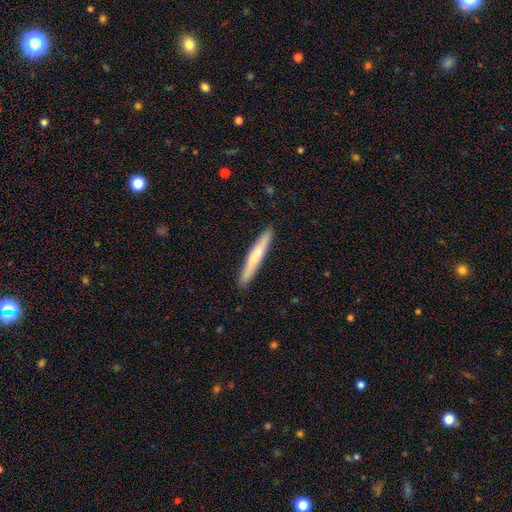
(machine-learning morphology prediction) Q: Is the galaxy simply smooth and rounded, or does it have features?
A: smooth — 63%.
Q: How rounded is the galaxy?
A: cigar-shaped — 96%.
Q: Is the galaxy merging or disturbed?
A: none — 91%.